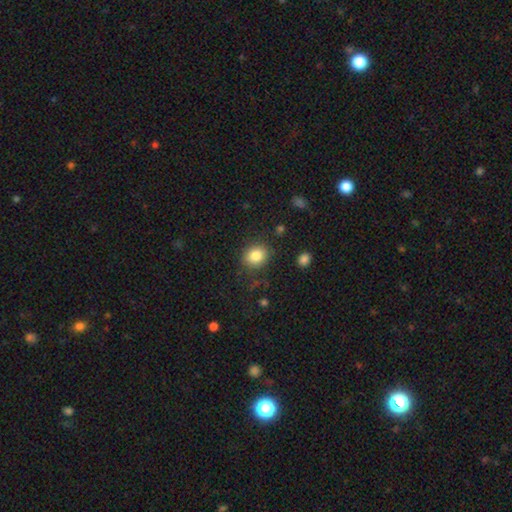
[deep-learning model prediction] Smooth or featured? Predicted: smooth (p=0.83). How rounded? Predicted: round (p=0.66). Merging? Predicted: none (p=0.85).